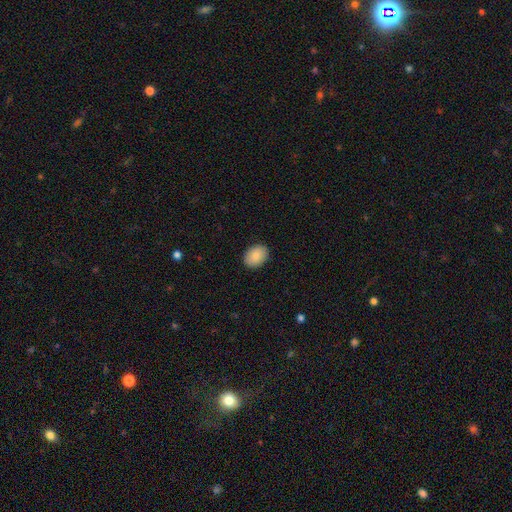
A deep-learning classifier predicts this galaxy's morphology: A smooth galaxy with no disk features (88%) that is in between round and cigar-shaped (72%). Merging: none (90%).